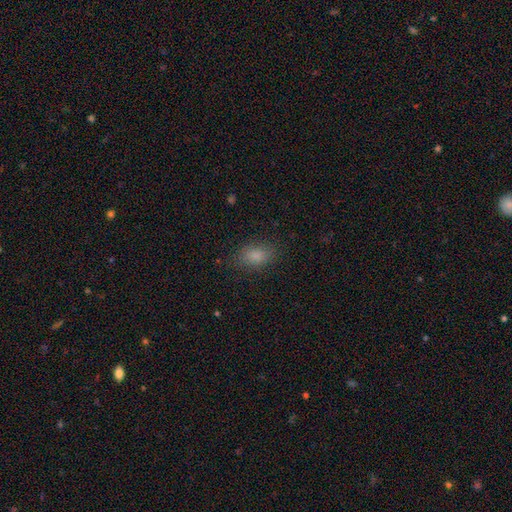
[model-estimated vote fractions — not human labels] Q: Smooth or featured?
A: smooth (83%); runner-up: star or artifact (11%)
Q: How rounded?
A: in between (86%); runner-up: round (11%)
Q: Merging?
A: none (82%); runner-up: minor disturbance (13%)